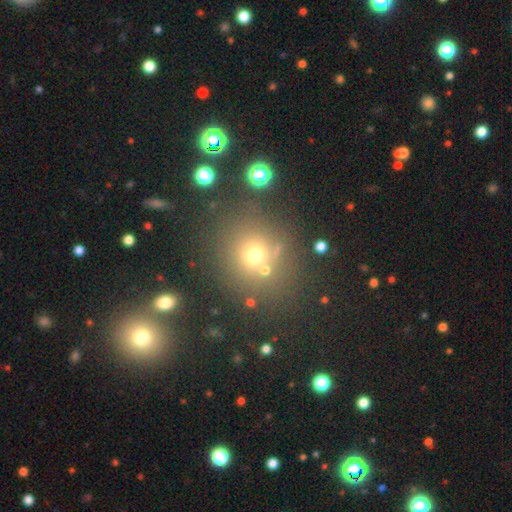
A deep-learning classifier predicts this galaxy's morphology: Smooth or featured? Predicted: smooth (p=0.65). How rounded? Predicted: round (p=0.86). Merging? Predicted: none (p=0.74).